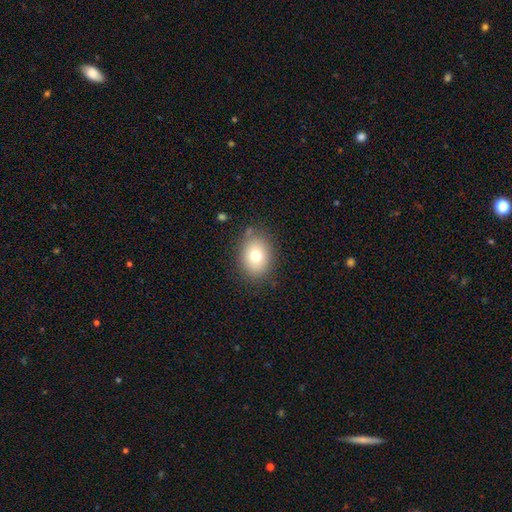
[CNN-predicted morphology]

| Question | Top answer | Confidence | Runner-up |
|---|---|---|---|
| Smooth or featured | smooth | 73% | featured or disk (15%) |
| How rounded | in between | 55% | round (44%) |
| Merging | none | 81% | minor disturbance (13%) |